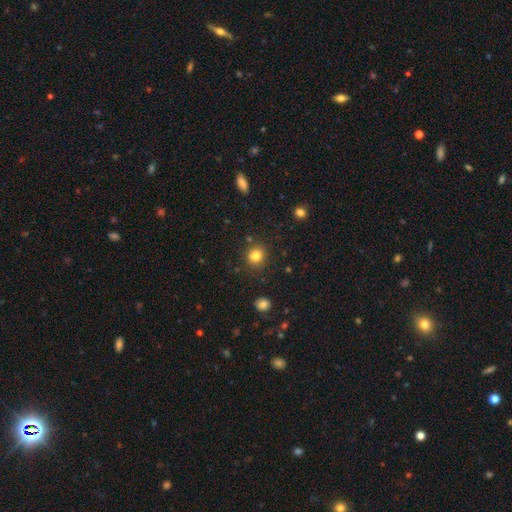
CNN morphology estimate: The model was most divided on "smooth or featured": smooth: 83%, star or artifact: 12%, featured or disk: 6%. More confident: how rounded — round (86%); merging — none (86%).